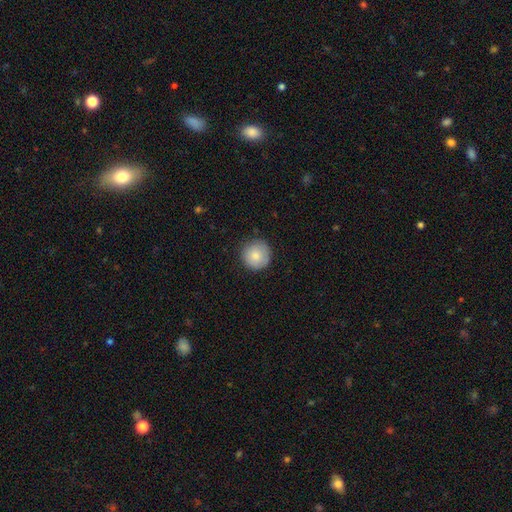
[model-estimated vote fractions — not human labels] This appears to be a smooth galaxy with no disk features (82%) that is round (95%). Merging: none (84%).